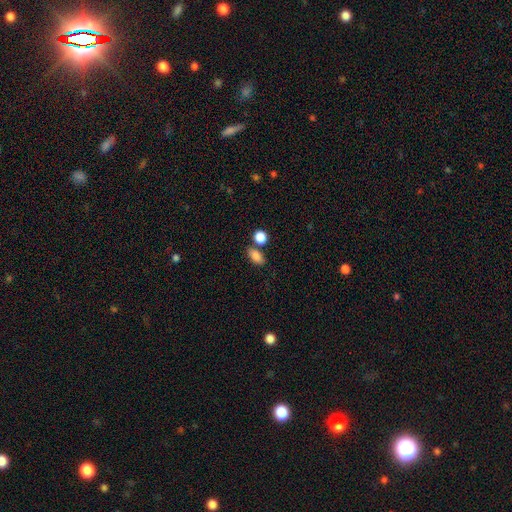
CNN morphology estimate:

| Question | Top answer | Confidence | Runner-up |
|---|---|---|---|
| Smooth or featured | smooth | 84% | star or artifact (10%) |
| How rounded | in between | 83% | round (13%) |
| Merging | none | 67% | merger (17%) |